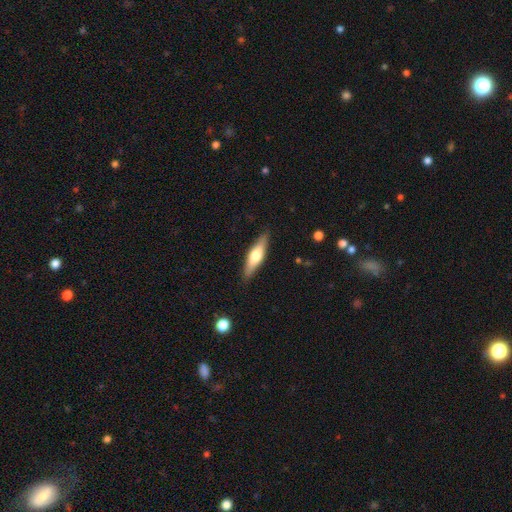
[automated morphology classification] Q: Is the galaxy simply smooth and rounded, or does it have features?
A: smooth — 48%.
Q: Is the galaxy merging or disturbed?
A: none — 87%.